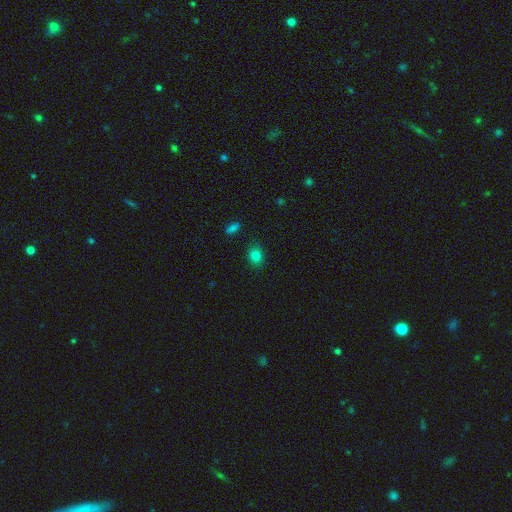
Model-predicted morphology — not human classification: smooth_or_featured: smooth (p=0.82) [alt: star or artifact p=0.13]
how_rounded: round (p=0.51) [alt: in between p=0.48]
merging: none (p=0.85) [alt: minor disturbance p=0.11]